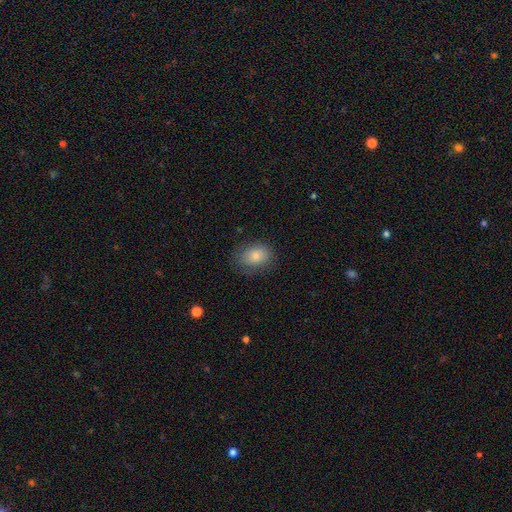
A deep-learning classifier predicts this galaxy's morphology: A smooth galaxy with no disk features (81%) that is in between round and cigar-shaped (63%).

Vote fractions:
- Smooth or featured? smooth: 81% / featured or disk: 10% / star or artifact: 9%
- How rounded? in between: 63% / round: 36% / cigar-shaped: 1%
- Merging? none: 76% / minor disturbance: 17% / major disturbance: 6% / merger: 1%